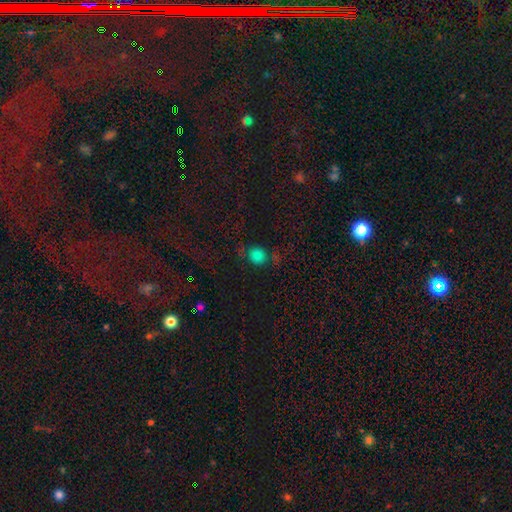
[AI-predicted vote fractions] smooth_or_featured: smooth (p=0.73) [alt: star or artifact p=0.21]
how_rounded: round (p=0.82) [alt: in between p=0.17]
merging: none (p=0.72) [alt: minor disturbance p=0.15]